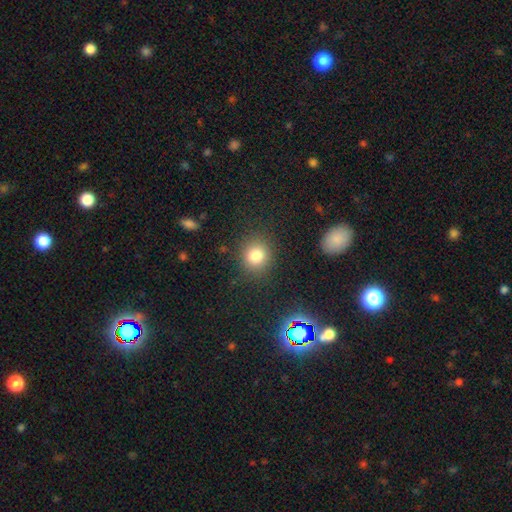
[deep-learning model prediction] Morphology: type=smooth (80%); roundness=round (82%); merging=none (86%).